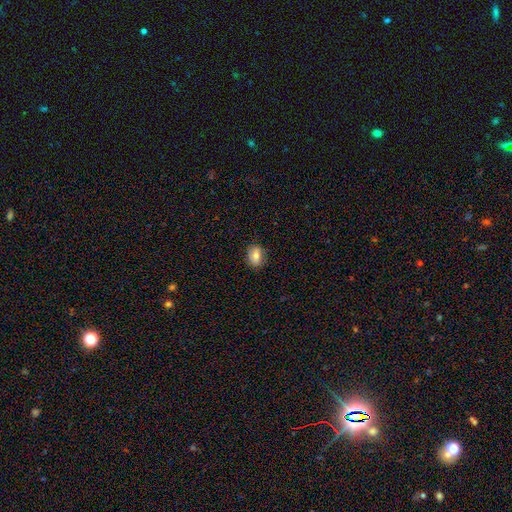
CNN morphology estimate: Overall: smooth (72%). How rounded: in between (67%; round 31%). Merging: none (84%).